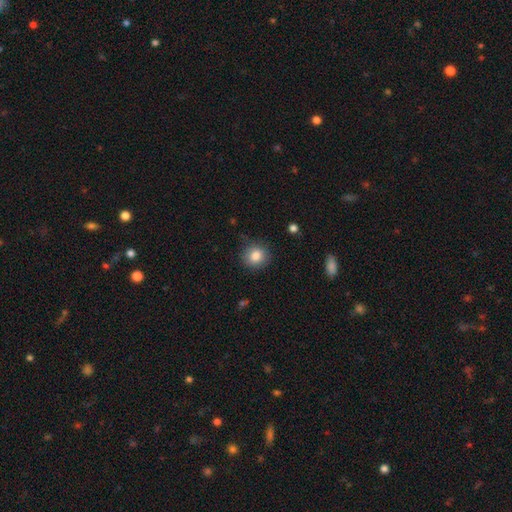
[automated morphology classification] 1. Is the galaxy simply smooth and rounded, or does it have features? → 83% smooth, 10% star or artifact, 7% featured or disk.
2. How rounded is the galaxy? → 87% round, 12% in between, 1% cigar-shaped.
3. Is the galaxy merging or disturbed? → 84% none, 12% minor disturbance, 3% major disturbance, 1% merger.